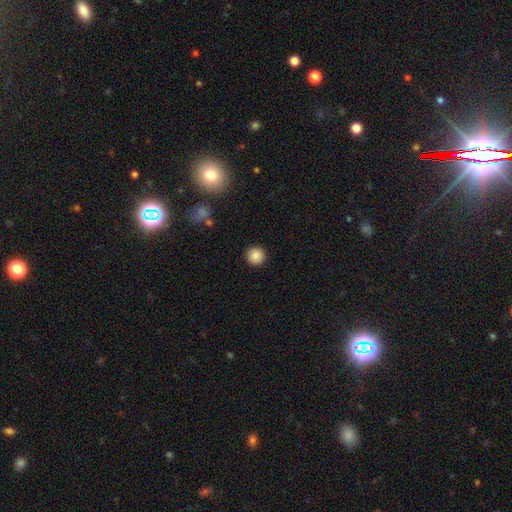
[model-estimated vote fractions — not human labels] A smooth galaxy with no disk features (87%) that is round (95%). Merging: none (92%).